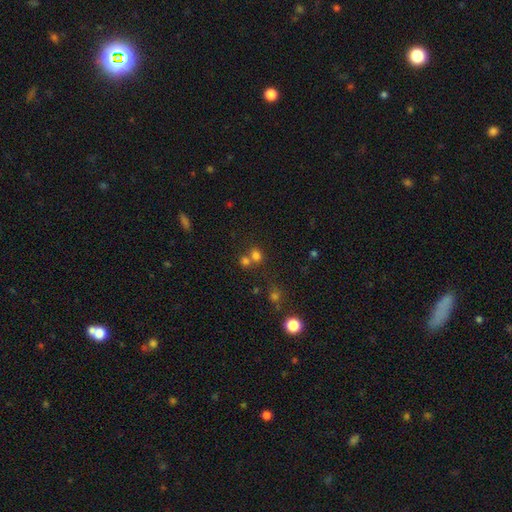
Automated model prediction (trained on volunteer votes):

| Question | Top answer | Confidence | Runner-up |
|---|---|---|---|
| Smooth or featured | smooth | 71% | star or artifact (20%) |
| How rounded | round | 71% | in between (27%) |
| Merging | none | 48% | merger (40%) |